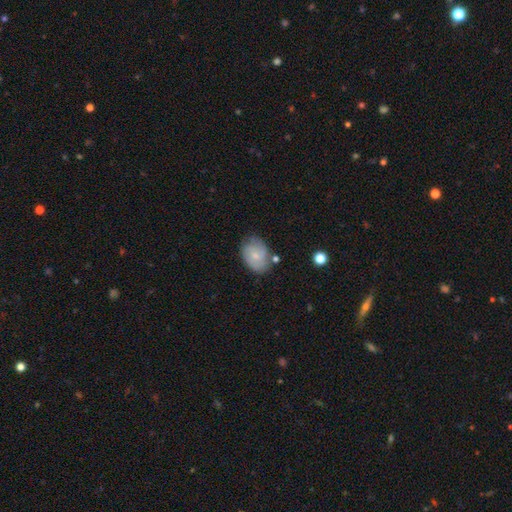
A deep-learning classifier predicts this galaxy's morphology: The model was most divided on "smooth or featured": smooth: 53%, featured or disk: 40%, star or artifact: 7%. More confident: how rounded — in between (71%); merging — none (65%).